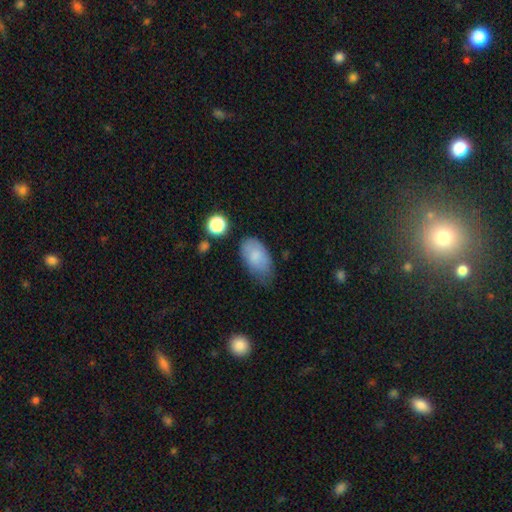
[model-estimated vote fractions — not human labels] smooth_or_featured: smooth (p=0.80) [alt: featured or disk p=0.13]
how_rounded: in between (p=0.93) [alt: round p=0.05]
merging: none (p=0.55) [alt: minor disturbance p=0.33]